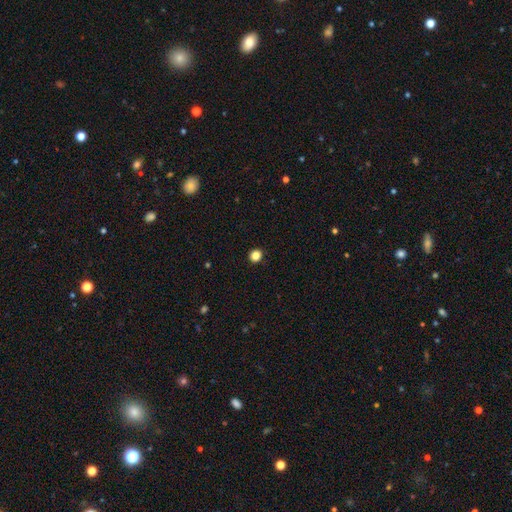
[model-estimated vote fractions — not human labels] A smooth galaxy with no disk features (85%) that is round (90%). Merging: none (93%).